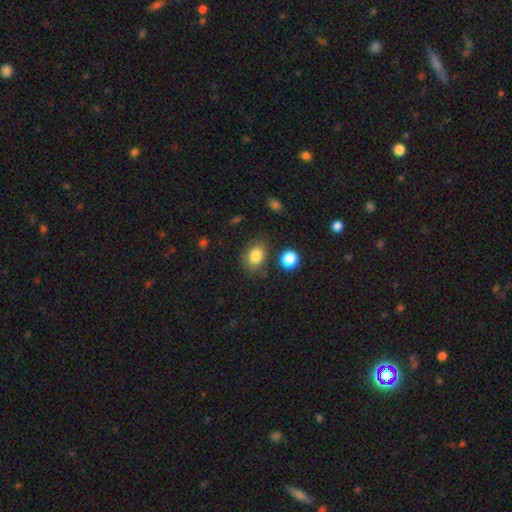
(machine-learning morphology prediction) type=smooth (83%); roundness=in between (66%); merging=none (77%).